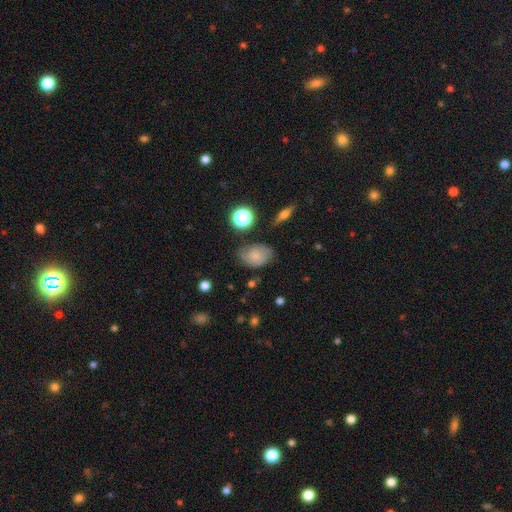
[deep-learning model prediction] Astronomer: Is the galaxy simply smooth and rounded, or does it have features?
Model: smooth — 53% (runner-up: featured or disk, 35%).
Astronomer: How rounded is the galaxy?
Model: in between — 69%.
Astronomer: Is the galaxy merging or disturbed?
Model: none — 62%.